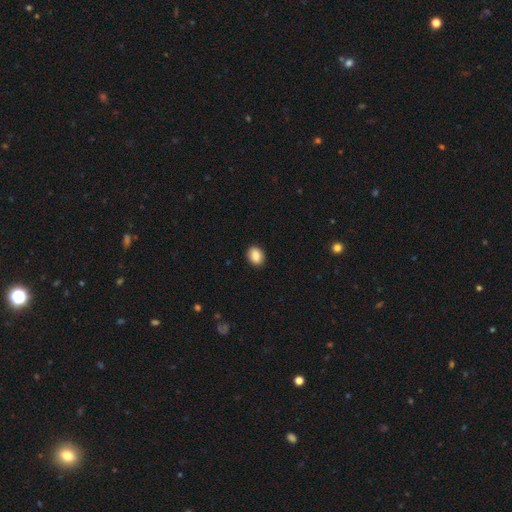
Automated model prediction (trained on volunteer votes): A smooth galaxy with no disk features (86%) that is in between round and cigar-shaped (62%). Merging: none (91%).